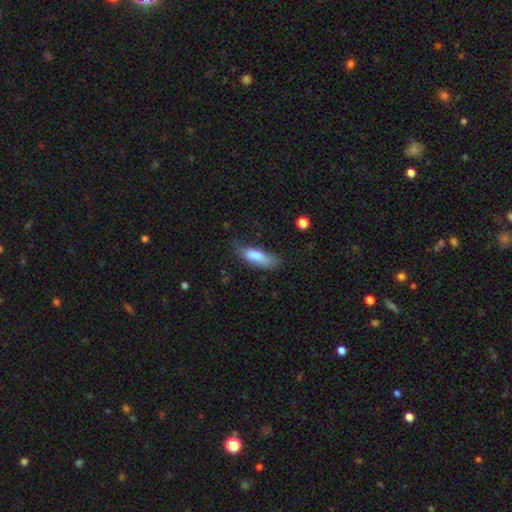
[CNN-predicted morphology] This is clearly a smooth galaxy (81%). How rounded: possibly in between (54%). Merging: possibly none (59%).